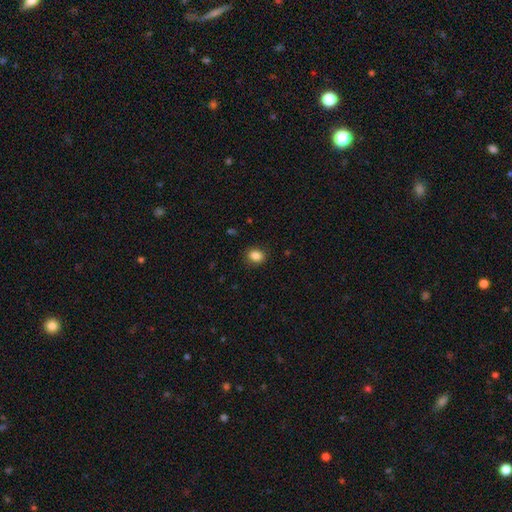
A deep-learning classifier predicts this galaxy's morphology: A smooth galaxy with no disk features (86%) that is round (57%). Merging: none (89%).